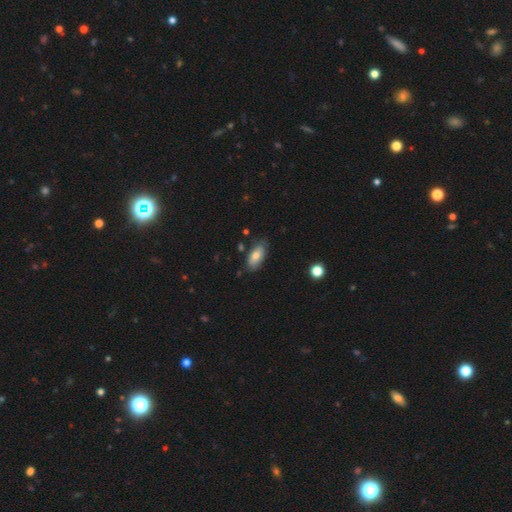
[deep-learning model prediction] A smooth galaxy with no disk features (76%) that is in between round and cigar-shaped (87%).

Vote fractions:
- Smooth or featured? smooth: 76% / featured or disk: 17% / star or artifact: 7%
- How rounded? in between: 87% / cigar-shaped: 10% / round: 2%
- Merging? none: 76% / minor disturbance: 18% / major disturbance: 3% / merger: 2%